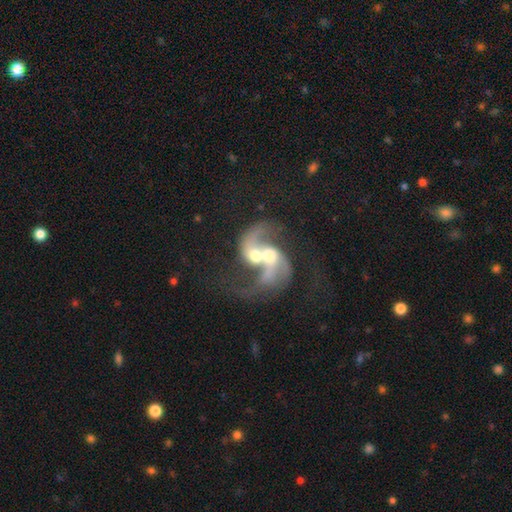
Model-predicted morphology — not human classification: Smooth or featured? Predicted: featured or disk (p=0.80). Edge-on disk? Predicted: no (p=0.97). Bar? Predicted: no (p=0.61). Spiral arms? Predicted: yes (p=0.89). Spiral winding? Predicted: loose (p=0.65). Spiral arm count? Predicted: 2 (p=0.76). Bulge size? Predicted: moderate (p=0.58). Merging? Predicted: merger (p=0.72).